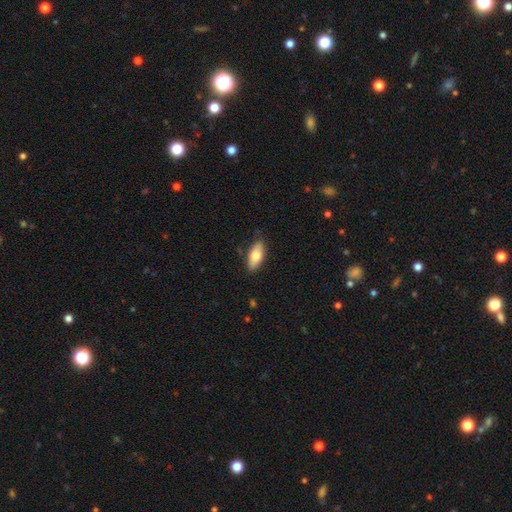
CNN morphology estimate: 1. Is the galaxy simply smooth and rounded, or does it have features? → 74% smooth, 20% featured or disk, 6% star or artifact.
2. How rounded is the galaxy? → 81% in between, 17% cigar-shaped, 2% round.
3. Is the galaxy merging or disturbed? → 85% none, 12% minor disturbance, 2% major disturbance, 1% merger.